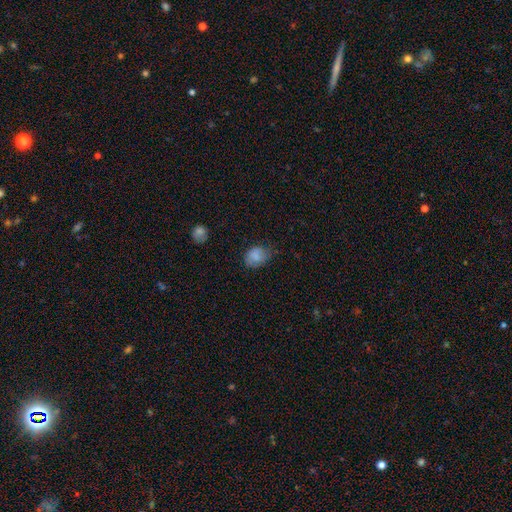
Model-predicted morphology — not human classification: A smooth galaxy with no disk features (82%) that is in between round and cigar-shaped (64%). Merging: none (58%).